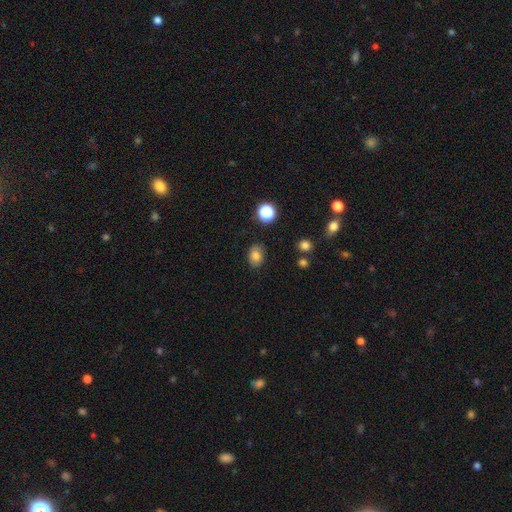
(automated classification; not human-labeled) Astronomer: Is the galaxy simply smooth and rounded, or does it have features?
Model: smooth — 79%.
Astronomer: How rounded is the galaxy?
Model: in between — 69%.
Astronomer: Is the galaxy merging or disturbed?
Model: none — 84%.